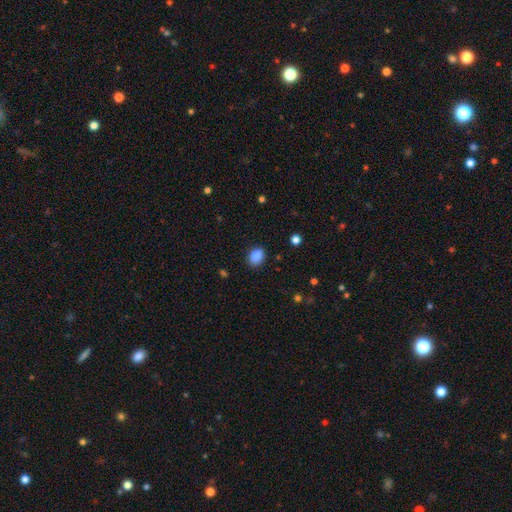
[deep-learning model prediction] smooth-or-featured: smooth: 87% | star or artifact: 9% | featured or disk: 5%
  how-rounded: in between: 70% | round: 29% | cigar-shaped: 1%
  merging: none: 87% | minor disturbance: 10% | major disturbance: 2% | merger: 1%